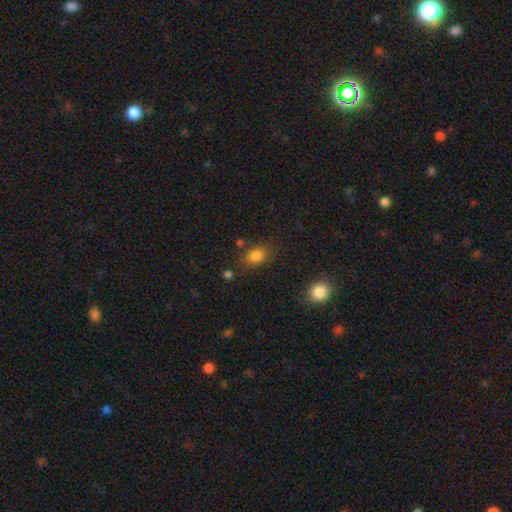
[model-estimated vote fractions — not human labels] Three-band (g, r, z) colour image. It shows a smooth galaxy with no disk features (83%) that is in between round and cigar-shaped (68%). Merging: none (75%).